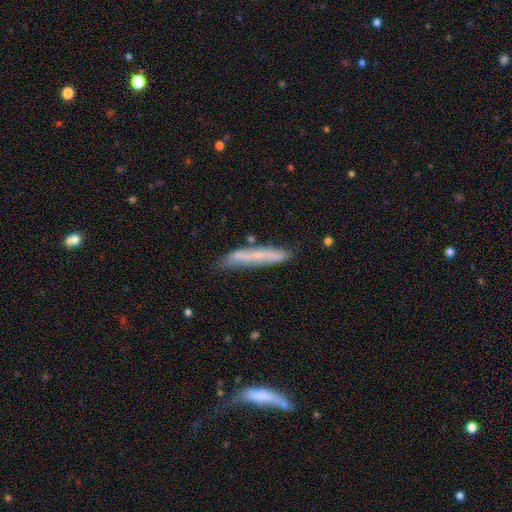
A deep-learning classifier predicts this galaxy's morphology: smooth-or-featured: smooth: 47% | featured or disk: 46% | star or artifact: 7%
  merging: none: 69% | minor disturbance: 22% | major disturbance: 5% | merger: 5%